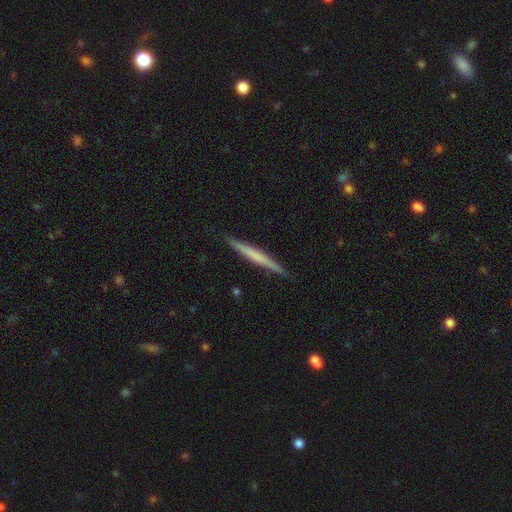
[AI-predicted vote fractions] Smooth or featured? Predicted: featured or disk (p=0.50). Merging? Predicted: none (p=0.91).